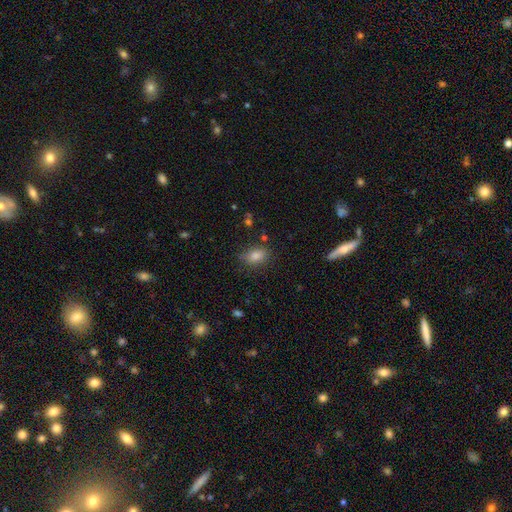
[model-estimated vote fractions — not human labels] Morphology: type=smooth (81%); roundness=in between (81%); merging=none (82%).